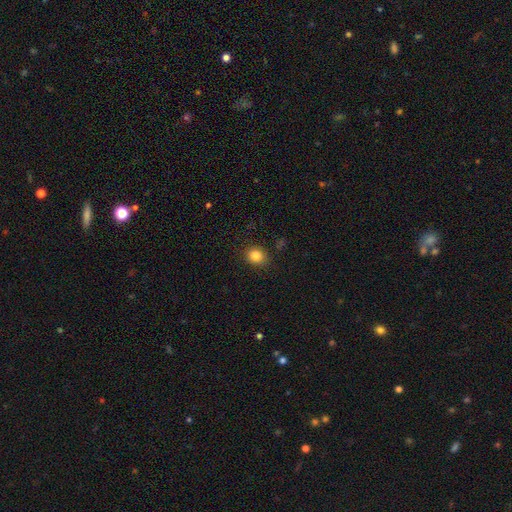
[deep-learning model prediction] Overall: smooth (84%). How rounded: round (72%). Merging: none (88%).